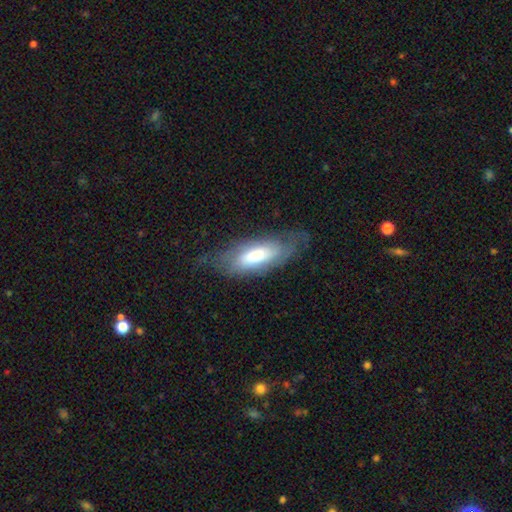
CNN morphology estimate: A featured or disk galaxy (47%). Merging: none (62%).